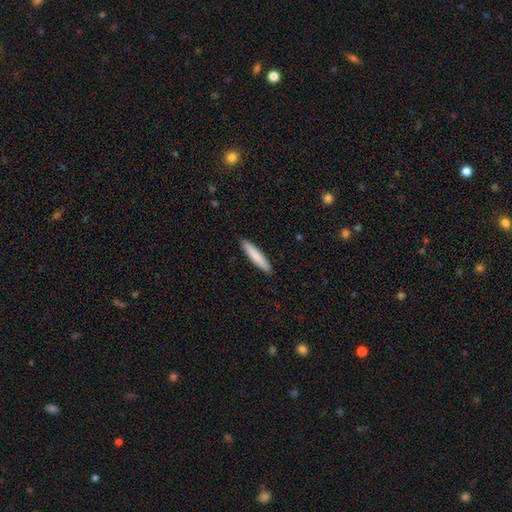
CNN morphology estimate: Overall: smooth (82%). How rounded: cigar-shaped (90%). Merging: none (91%).